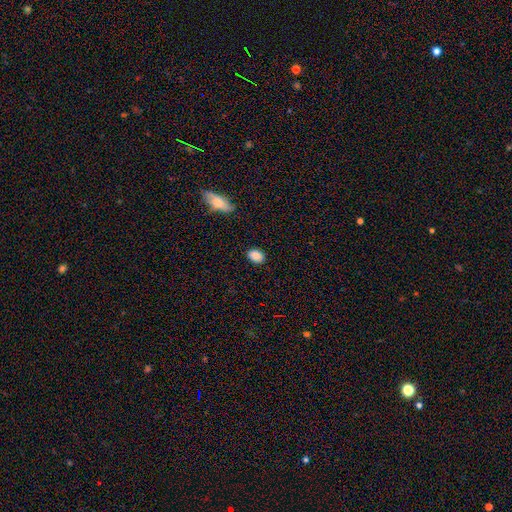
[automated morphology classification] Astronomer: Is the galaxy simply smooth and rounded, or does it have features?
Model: smooth — 88%.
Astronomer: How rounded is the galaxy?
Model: in between — 73%.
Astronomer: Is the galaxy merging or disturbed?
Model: none — 86%.